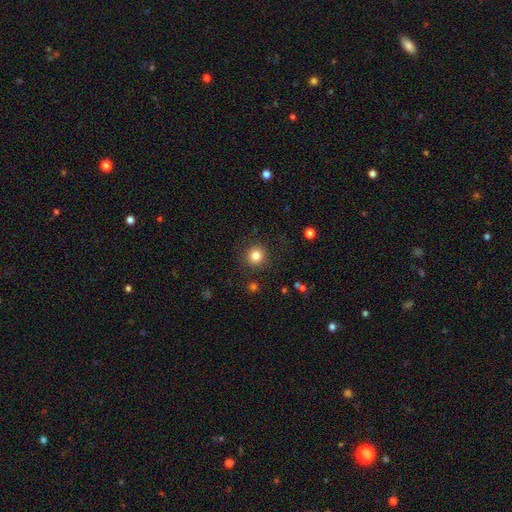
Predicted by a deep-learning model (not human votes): The model was most divided on "smooth or featured": smooth: 83%, star or artifact: 11%, featured or disk: 6%. More confident: how rounded — round (92%); merging — none (89%).